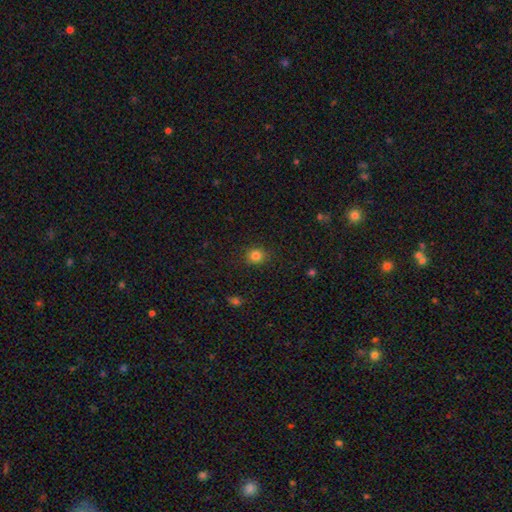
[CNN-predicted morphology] Smooth or featured? smooth (83%)
How rounded? round (80%)
Merging? none (88%)